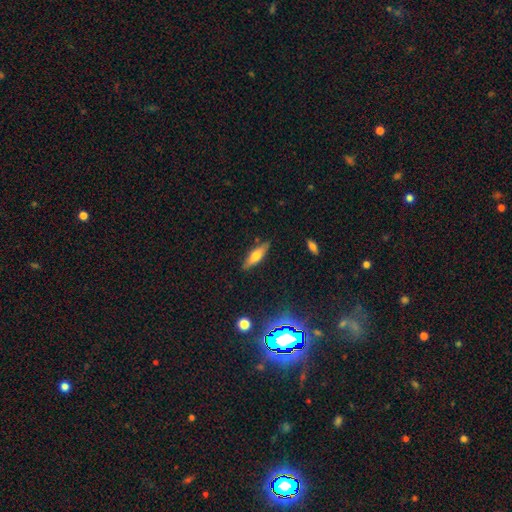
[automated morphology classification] smooth 56%, featured or disk 35%, star or artifact 9%. Down the decision tree: how rounded — cigar-shaped (61%); merging — none (85%).